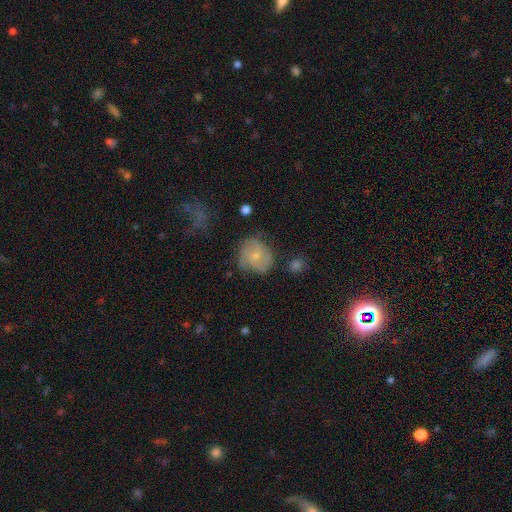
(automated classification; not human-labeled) A smooth galaxy with no disk features (55%) that is round (76%). Merging: none (62%).